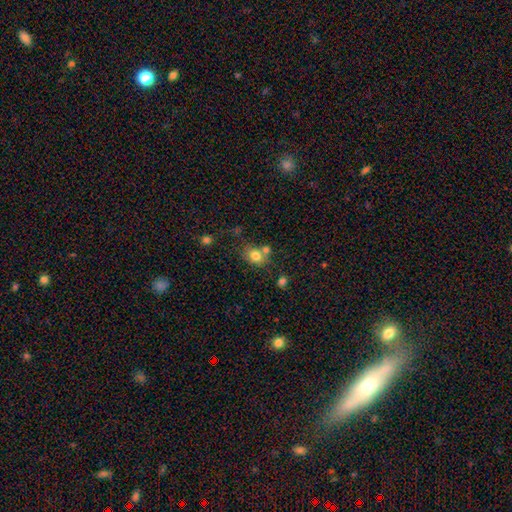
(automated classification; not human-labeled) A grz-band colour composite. It shows a smooth galaxy with no disk features (80%) that is round (52%). Merging: none (55%).